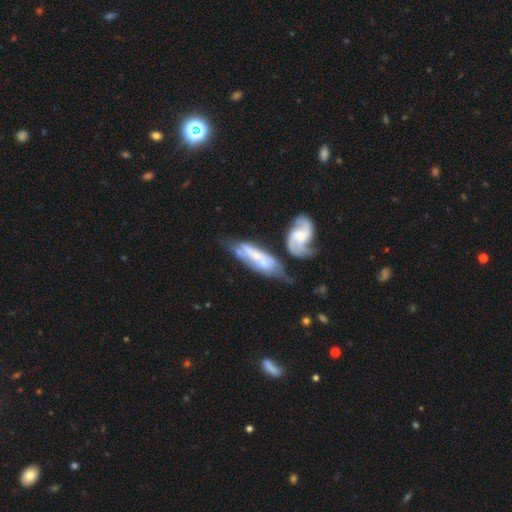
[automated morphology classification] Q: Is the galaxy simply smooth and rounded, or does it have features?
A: featured or disk — 65%.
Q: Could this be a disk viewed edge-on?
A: no — 82%.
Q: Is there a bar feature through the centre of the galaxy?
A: no — 61%.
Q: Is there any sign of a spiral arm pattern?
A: yes — 67%.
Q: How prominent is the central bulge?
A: small — 46%.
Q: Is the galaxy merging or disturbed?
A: merger — 51%.